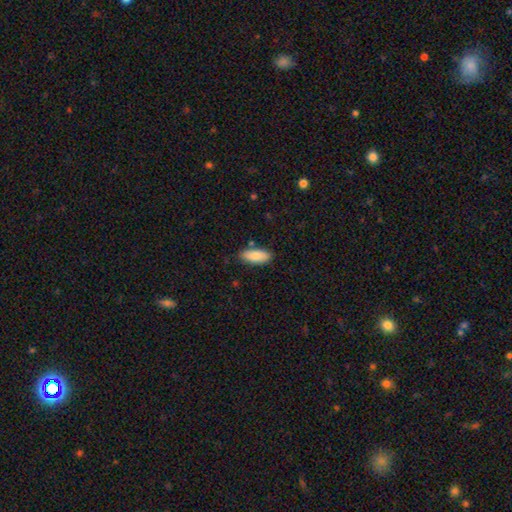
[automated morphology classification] smooth-or-featured: smooth: 85% | featured or disk: 9% | star or artifact: 6%
  how-rounded: in between: 80% | cigar-shaped: 18% | round: 2%
  merging: none: 82% | minor disturbance: 13% | merger: 3% | major disturbance: 2%